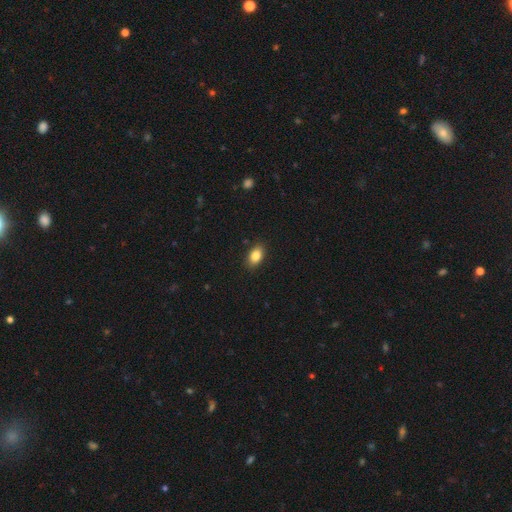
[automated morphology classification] This appears to be a smooth galaxy with no disk features (85%) that is in between round and cigar-shaped (89%). Merging: none (88%).